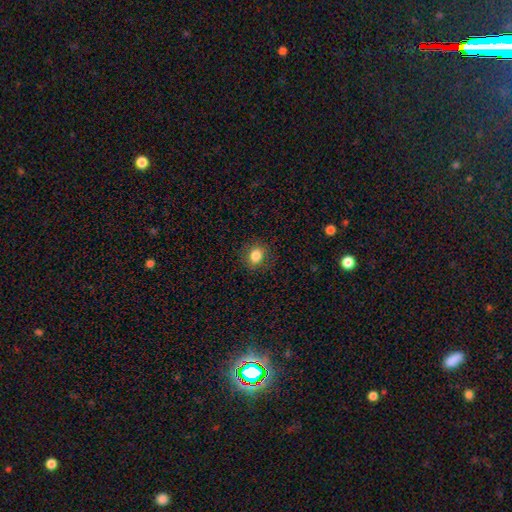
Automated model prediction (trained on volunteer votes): smooth_or_featured: smooth (p=0.83) [alt: star or artifact p=0.10]
how_rounded: round (p=0.61) [alt: in between p=0.38]
merging: none (p=0.87) [alt: minor disturbance p=0.09]